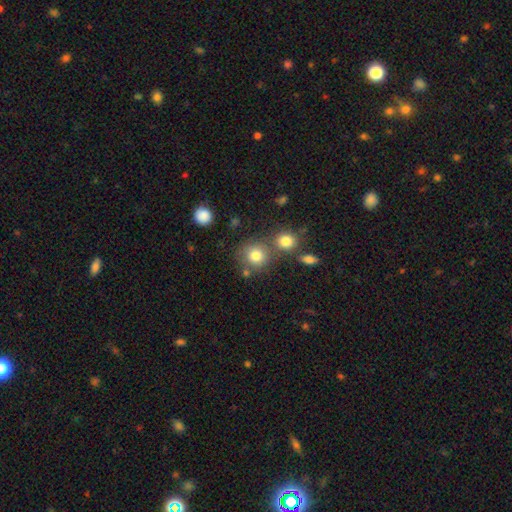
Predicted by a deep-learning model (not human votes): Smooth or featured? Predicted: smooth (p=0.80). How rounded? Predicted: round (p=0.87). Merging? Predicted: none (p=0.63).